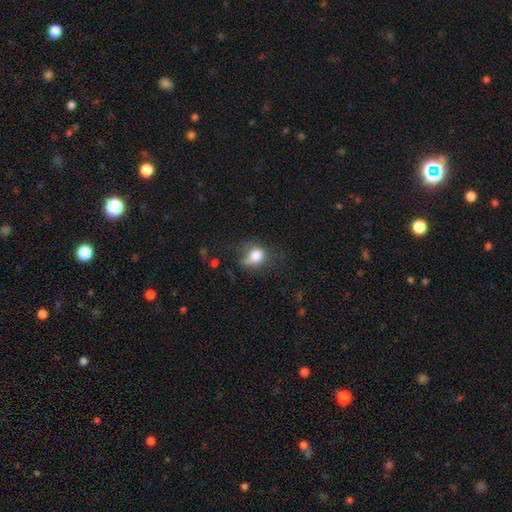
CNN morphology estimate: The model was most divided on "merging": none: 43%, minor disturbance: 32%, major disturbance: 21%, merger: 5%. More confident: smooth or featured — smooth (78%); how rounded — round (58%).